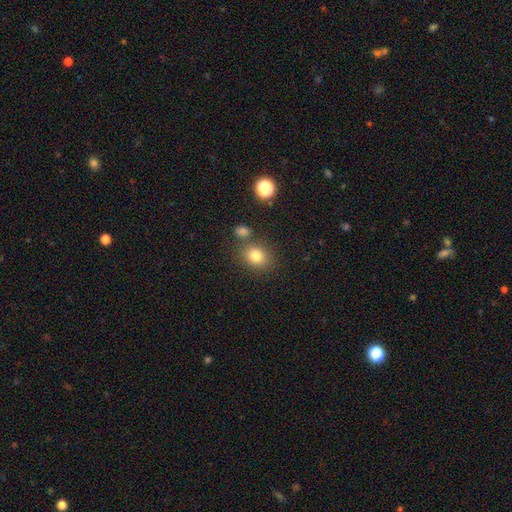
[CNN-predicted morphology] smooth-or-featured: smooth: 80% | star or artifact: 13% | featured or disk: 8%
  how-rounded: round: 56% | in between: 43% | cigar-shaped: 1%
  merging: none: 73% | minor disturbance: 12% | merger: 11% | major disturbance: 4%